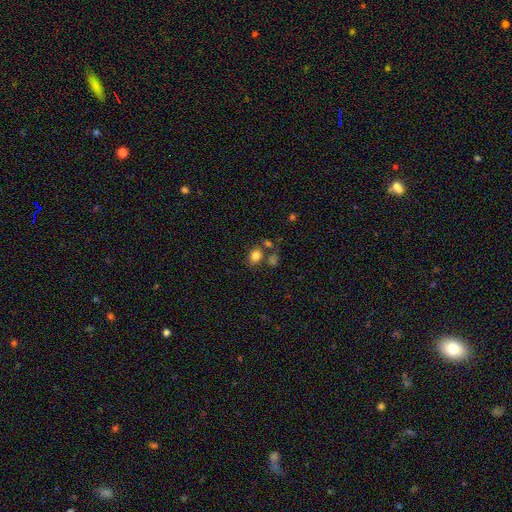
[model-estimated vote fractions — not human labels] Q: Smooth or featured?
A: smooth (81%); runner-up: star or artifact (12%)
Q: How rounded?
A: in between (59%); runner-up: round (40%)
Q: Merging?
A: none (64%); runner-up: merger (17%)